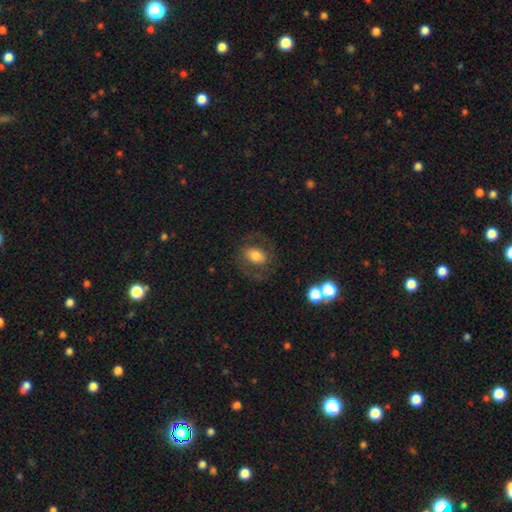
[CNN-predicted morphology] The model was most divided on "smooth or featured": smooth: 54%, featured or disk: 38%, star or artifact: 8%. More confident: merging — none (71%); how rounded — in between (66%).